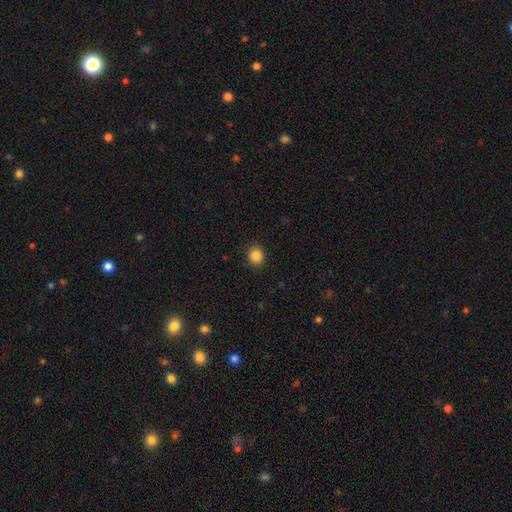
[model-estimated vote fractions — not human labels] Overall: smooth (86%). How rounded: round (75%). Merging: none (89%).